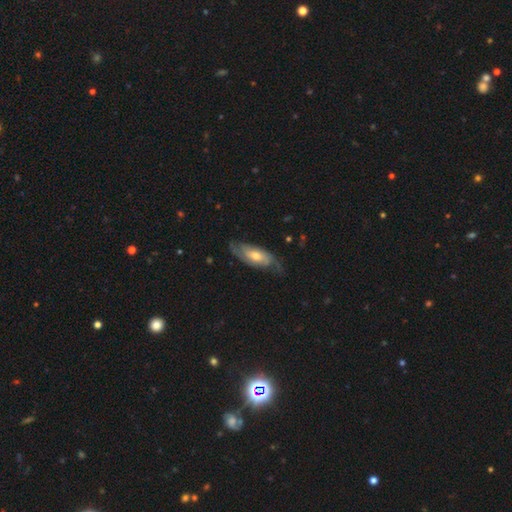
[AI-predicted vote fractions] Smooth or featured?
  - featured or disk: 69% *
  - smooth: 26%
  - star or artifact: 6%
Edge-on disk?
  - no: 85% *
  - yes: 15%
Bar?
  - no: 64% *
  - weak: 29%
  - strong: 7%
Spiral arms?
  - yes: 89% *
  - no: 11%
Spiral winding?
  - medium: 39% * (tied)
  - tight: 39% * (tied)
  - loose: 22%
Spiral arm count?
  - 2: 62% *
  - can't tell: 24%
  - 3: 6%
  - 1: 4%
  - 4: 2%
  - more than 4: 2%
Bulge size?
  - moderate: 65% *
  - small: 22%
  - large: 9%
  - none: 2%
  - dominant: 1%
Merging?
  - none: 66% *
  - minor disturbance: 23%
  - major disturbance: 9%
  - merger: 1%